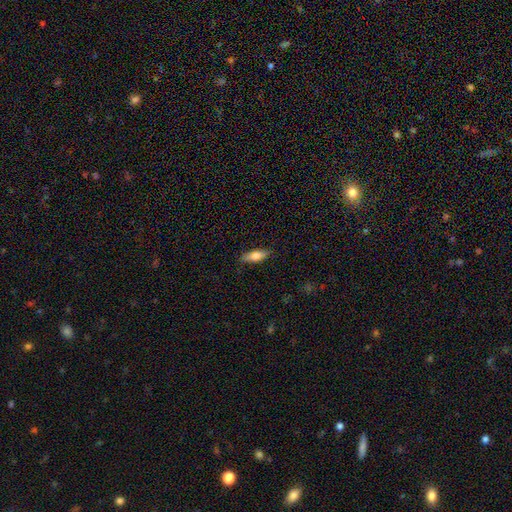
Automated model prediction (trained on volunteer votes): Smooth or featured? Predicted: smooth (p=0.69). How rounded? Predicted: in between (p=0.54). Merging? Predicted: none (p=0.86).